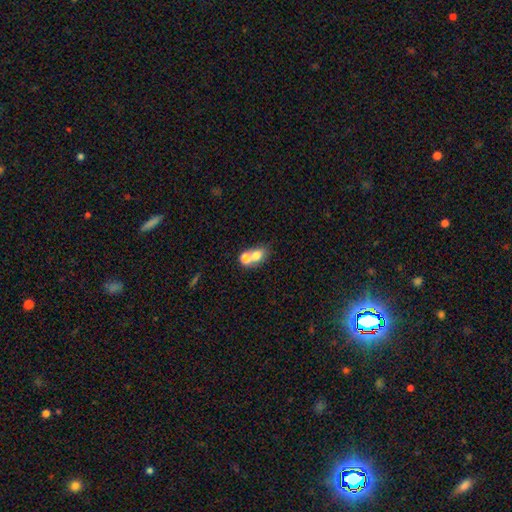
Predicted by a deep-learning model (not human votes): Smooth or featured? smooth (72%)
How rounded? in between (57%)
Merging? merger (58%)